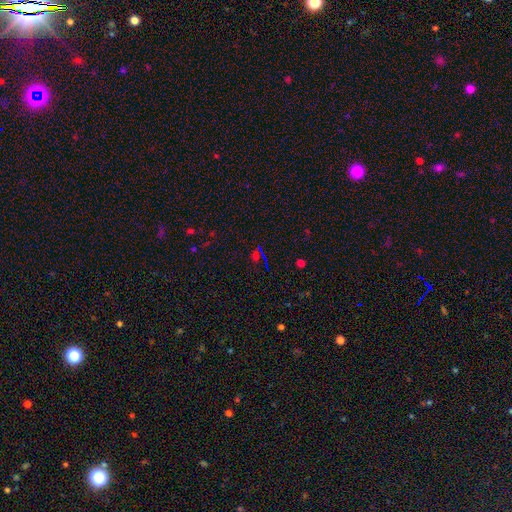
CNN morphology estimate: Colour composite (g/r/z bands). It shows a star or artifact, not a galaxy (67%).